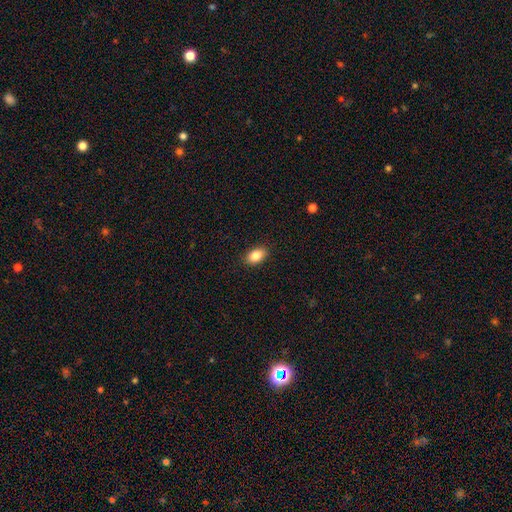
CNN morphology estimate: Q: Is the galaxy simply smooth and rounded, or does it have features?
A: smooth — 86%.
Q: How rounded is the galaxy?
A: in between — 89%.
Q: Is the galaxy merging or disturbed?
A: none — 89%.